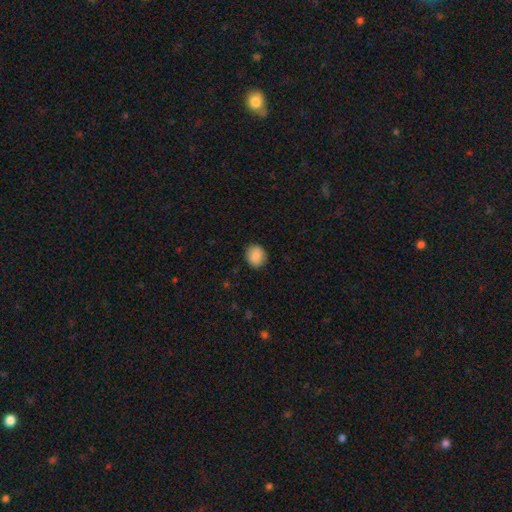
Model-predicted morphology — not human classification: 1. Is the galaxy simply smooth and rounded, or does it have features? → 88% smooth, 8% star or artifact, 4% featured or disk.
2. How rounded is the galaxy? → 78% round, 21% in between, 1% cigar-shaped.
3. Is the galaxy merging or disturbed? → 88% none, 9% minor disturbance, 2% major disturbance, 1% merger.